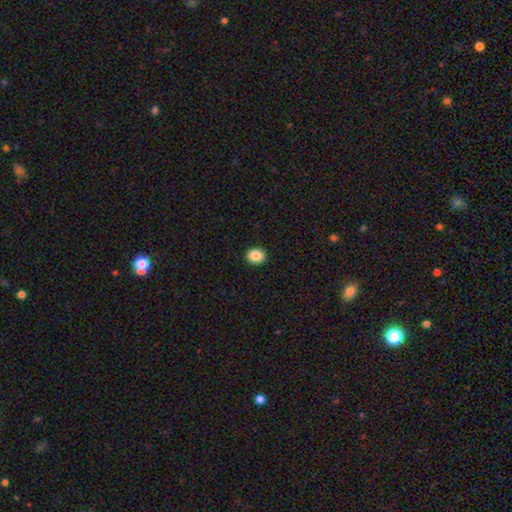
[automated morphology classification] This appears to be a smooth galaxy with no disk features (87%) that is round (51%). Merging: none (92%).